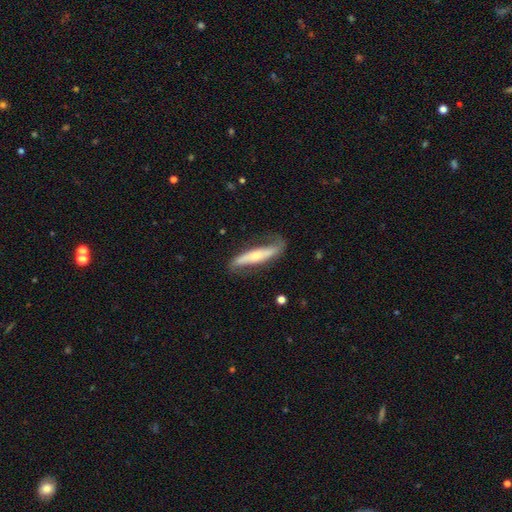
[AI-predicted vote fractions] Smooth or featured: featured or disk — 66% (smooth — 29%)
Edge-on disk: yes — 54% (no — 46%)
Merging: none — 65% (minor disturbance — 22%)